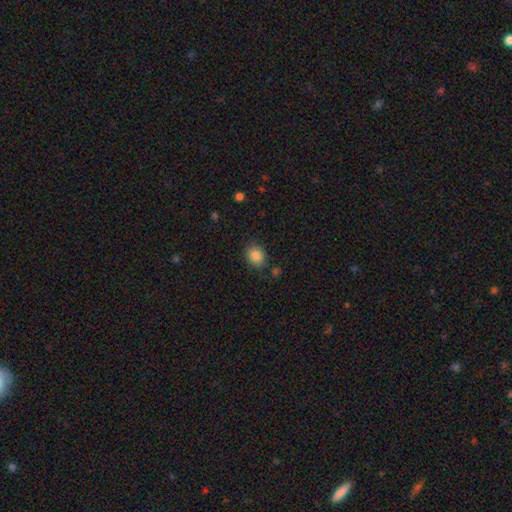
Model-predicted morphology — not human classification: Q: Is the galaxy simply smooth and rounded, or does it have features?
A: smooth — 86%.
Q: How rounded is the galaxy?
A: round — 59%.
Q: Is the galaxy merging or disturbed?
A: none — 83%.